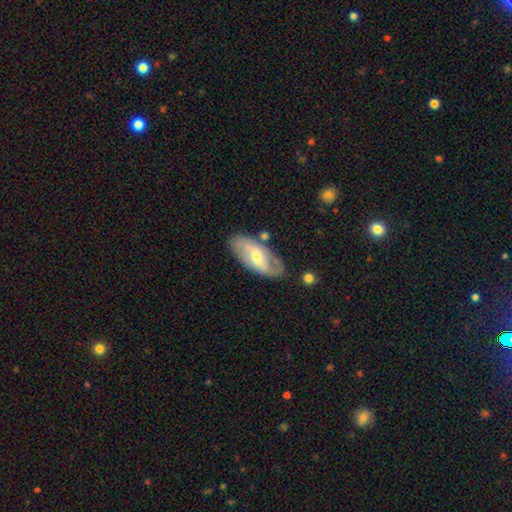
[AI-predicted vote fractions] Smooth or featured: featured or disk — 64% (smooth — 31%)
Edge-on disk: no — 89% (yes — 11%)
Bar: weak — 47% (strong — 28%)
Spiral arms: yes — 78% (no — 22%)
Bulge size: moderate — 54% (small — 40%)
Merging: none — 77% (minor disturbance — 15%)